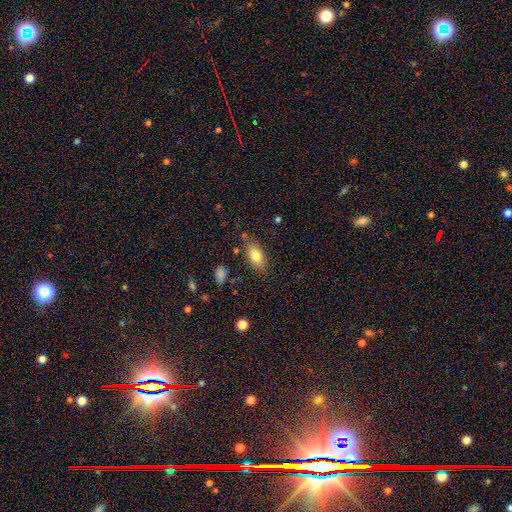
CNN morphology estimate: Smooth or featured: smooth — 78% (featured or disk — 14%)
How rounded: in between — 83% (cigar-shaped — 12%)
Merging: none — 77% (minor disturbance — 16%)